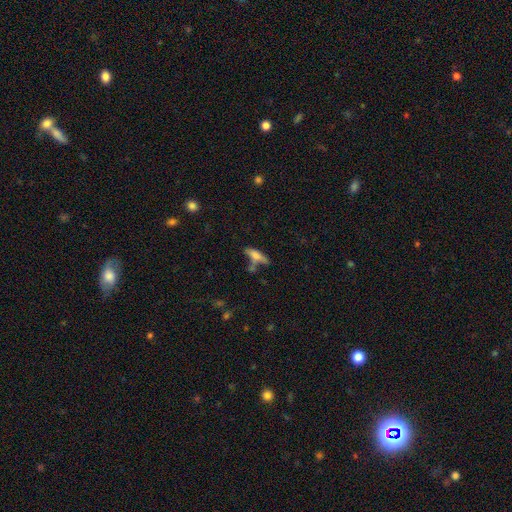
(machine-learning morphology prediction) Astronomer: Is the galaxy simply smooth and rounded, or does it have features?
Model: smooth — 61%.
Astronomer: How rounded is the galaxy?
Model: cigar-shaped — 59% (runner-up: in between, 38%).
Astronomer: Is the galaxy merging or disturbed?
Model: none — 51%.